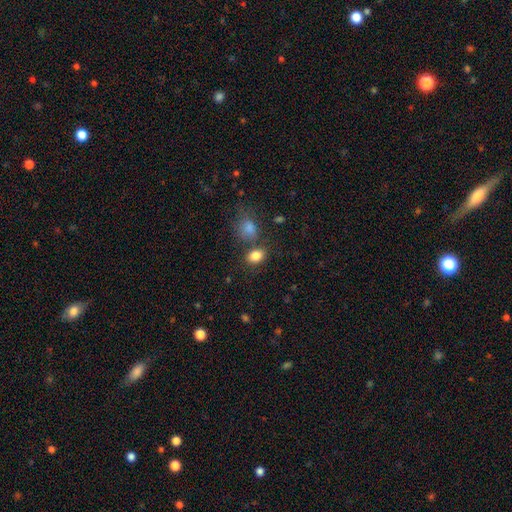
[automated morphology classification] Overall: smooth (84%). How rounded: in between (71%). Merging: none (70%).